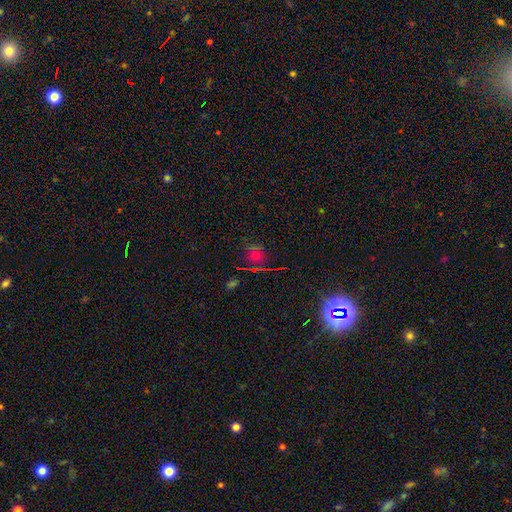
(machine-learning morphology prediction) Smooth or featured: smooth — 47% (star or artifact — 42%)
Merging: none — 72% (minor disturbance — 15%)